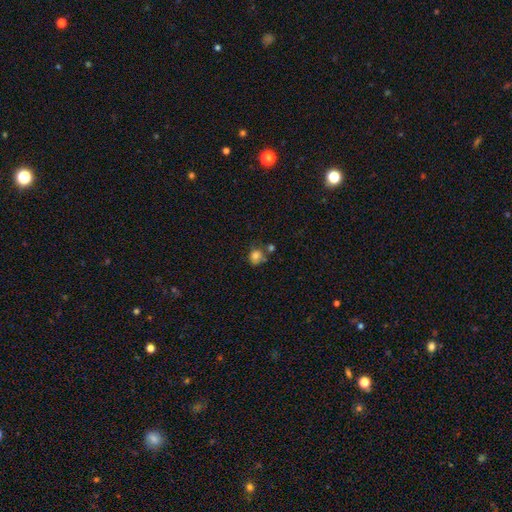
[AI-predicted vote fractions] This is likely a smooth galaxy (79%). How rounded: likely round (70%). Merging: possibly none (52%).